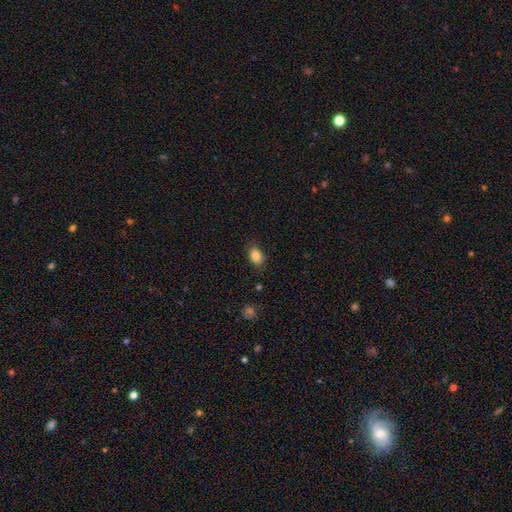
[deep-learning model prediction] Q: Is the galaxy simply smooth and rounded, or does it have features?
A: smooth — 86%.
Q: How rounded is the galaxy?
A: in between — 81%.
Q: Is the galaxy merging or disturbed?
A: none — 80%.